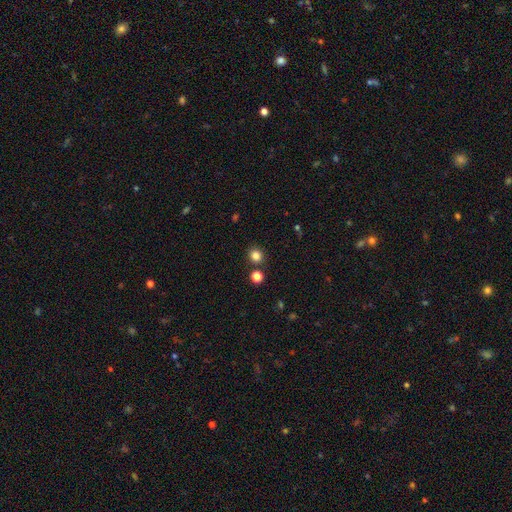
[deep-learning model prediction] Smooth or featured?
  - smooth: 82% *
  - star or artifact: 14%
  - featured or disk: 4%
How rounded?
  - round: 83% *
  - in between: 16%
  - cigar-shaped: 1%
Merging?
  - none: 84% *
  - minor disturbance: 7%
  - merger: 6%
  - major disturbance: 3%